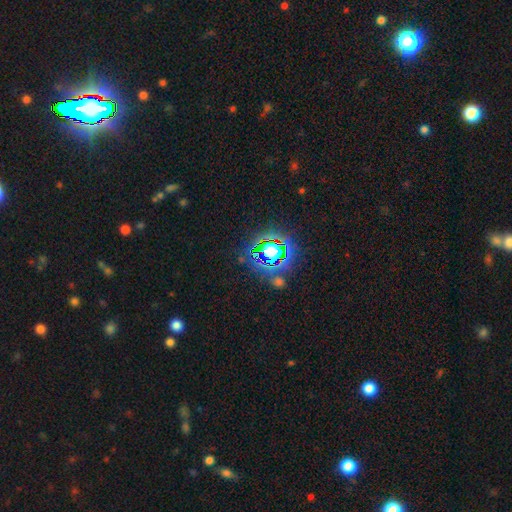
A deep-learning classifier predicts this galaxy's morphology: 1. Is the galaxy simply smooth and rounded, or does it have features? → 81% star or artifact, 11% smooth, 8% featured or disk.